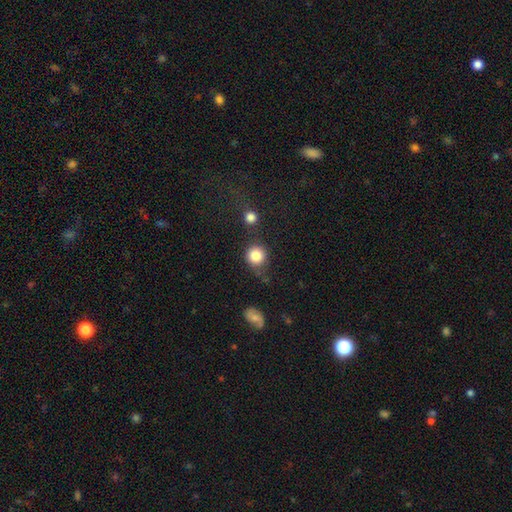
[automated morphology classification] Smooth or featured? smooth (84%)
How rounded? round (91%)
Merging? none (71%)